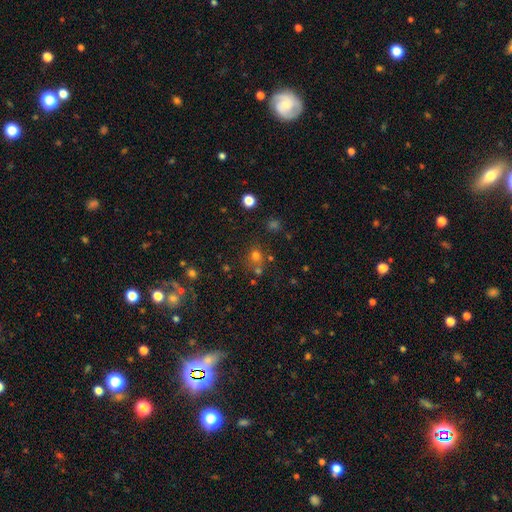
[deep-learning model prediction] This is likely a smooth galaxy (68%). How rounded: clearly round (83%). Merging: likely none (62%).